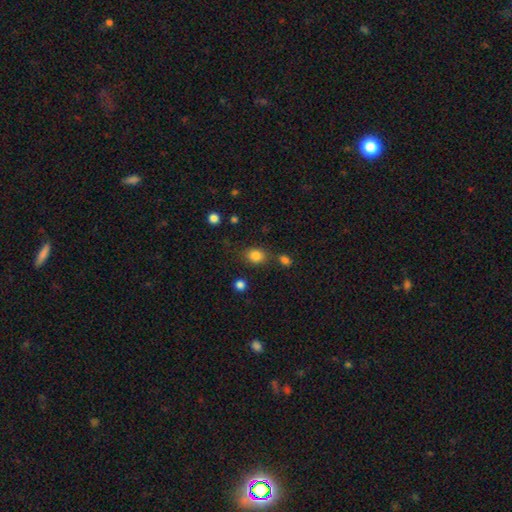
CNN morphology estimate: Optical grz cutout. It shows a smooth galaxy with no disk features (83%) that is round (54%). Merging: none (74%).